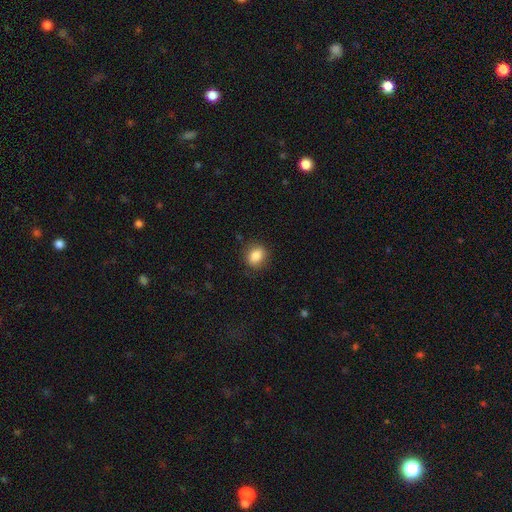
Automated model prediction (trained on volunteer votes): Smooth or featured: smooth — 85% (star or artifact — 9%)
How rounded: round — 57% (in between — 42%)
Merging: none — 84% (minor disturbance — 11%)